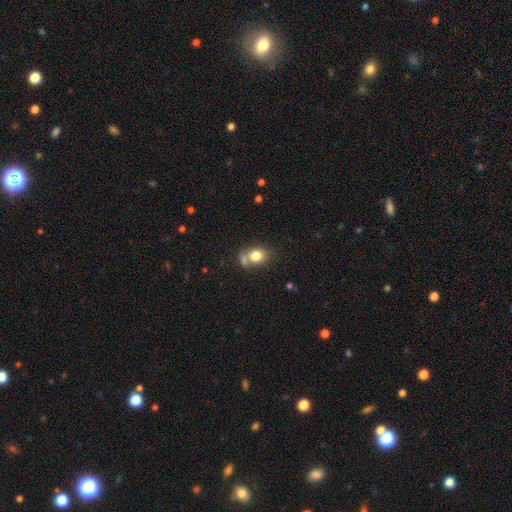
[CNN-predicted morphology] Overall: smooth (78%). How rounded: in between (58%; round 41%). Merging: none (49%; merger 29%).